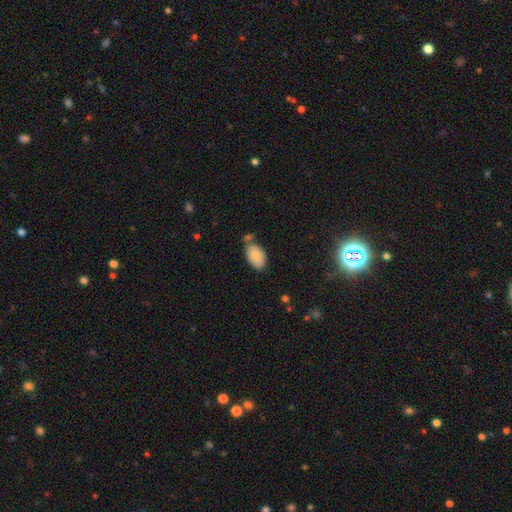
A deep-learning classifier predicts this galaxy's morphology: A smooth galaxy with no disk features (84%) that is in between round and cigar-shaped (93%).

Vote fractions:
- Smooth or featured? smooth: 84% / featured or disk: 10% / star or artifact: 7%
- How rounded? in between: 93% / round: 5% / cigar-shaped: 1%
- Merging? none: 59% / minor disturbance: 20% / merger: 16% / major disturbance: 5%